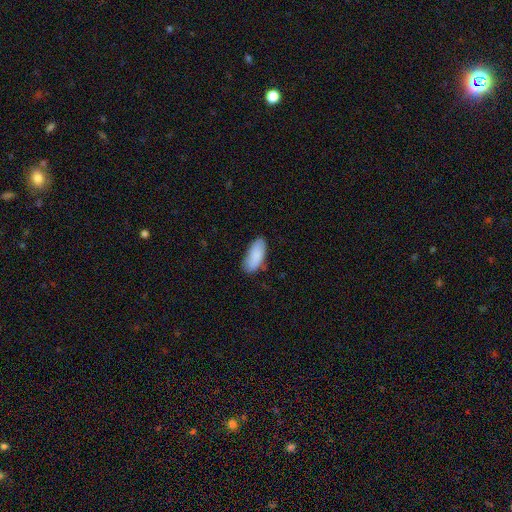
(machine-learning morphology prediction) This appears to be a smooth galaxy with no disk features (88%) that is in between round and cigar-shaped (88%). Merging: none (78%).